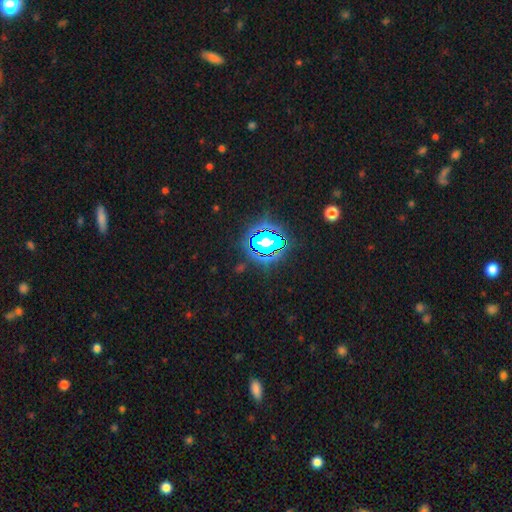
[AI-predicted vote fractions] A star or artifact, not a galaxy (83%).

Vote fractions:
- Smooth or featured? star or artifact: 83% / smooth: 11% / featured or disk: 7%